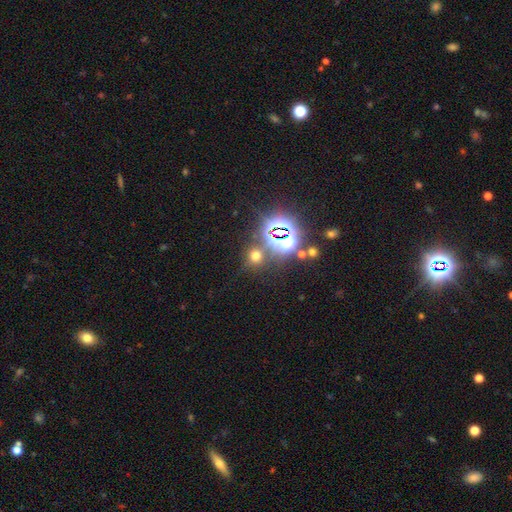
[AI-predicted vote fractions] smooth_or_featured: smooth (p=0.50) [alt: star or artifact p=0.42]
how_rounded: round (p=0.85) [alt: in between p=0.14]
merging: none (p=0.77) [alt: merger p=0.10]